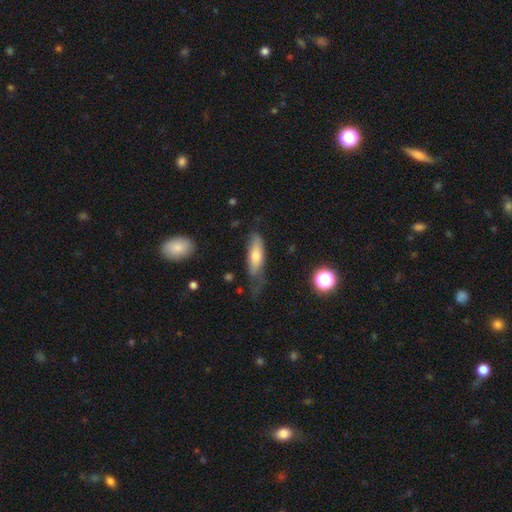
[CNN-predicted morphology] Overall: smooth (65%; featured or disk 28%). How rounded: in between (59%; cigar-shaped 39%). Merging: none (43%; minor disturbance 33%).